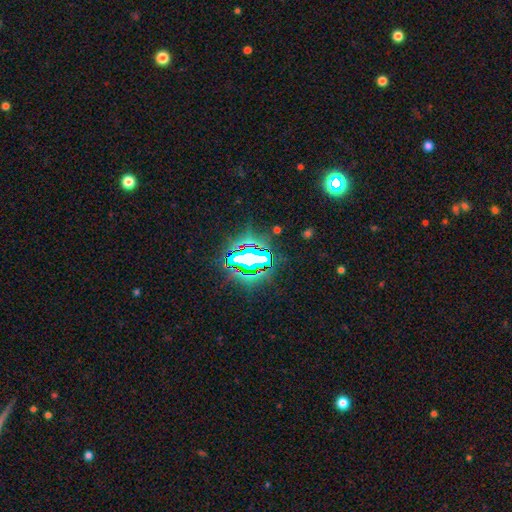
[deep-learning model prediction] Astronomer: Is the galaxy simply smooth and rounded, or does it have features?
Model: star or artifact — 74%.